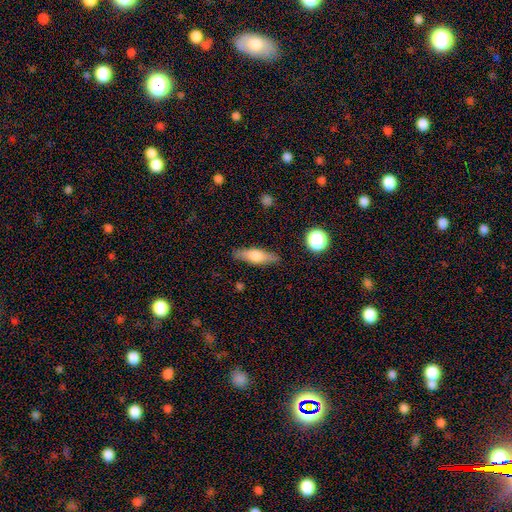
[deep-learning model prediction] smooth-or-featured: smooth: 60% | featured or disk: 33% | star or artifact: 7%
  how-rounded: cigar-shaped: 51% | in between: 45% | round: 3%
  merging: none: 85% | minor disturbance: 11% | major disturbance: 2% | merger: 2%